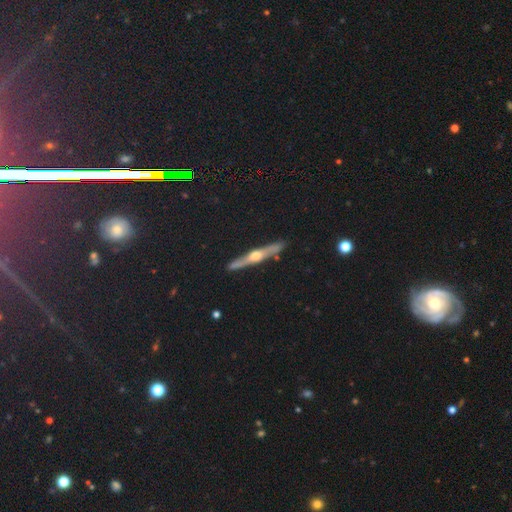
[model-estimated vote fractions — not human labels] Smooth or featured? Predicted: featured or disk (p=0.74). Edge-on disk? Predicted: yes (p=0.96). Edge-on bulge? Predicted: rounded (p=0.92). Merging? Predicted: none (p=0.89).